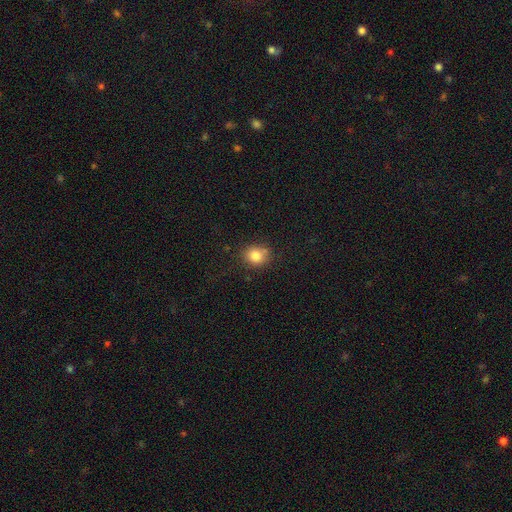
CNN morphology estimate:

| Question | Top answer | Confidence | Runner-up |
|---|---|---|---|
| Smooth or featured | smooth | 81% | star or artifact (11%) |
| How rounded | round | 76% | in between (23%) |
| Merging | none | 74% | minor disturbance (15%) |